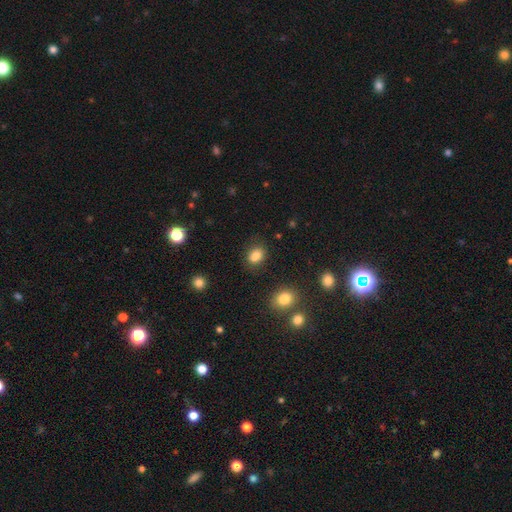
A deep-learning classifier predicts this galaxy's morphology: Smooth or featured? smooth (82%)
How rounded? in between (65%)
Merging? none (71%)